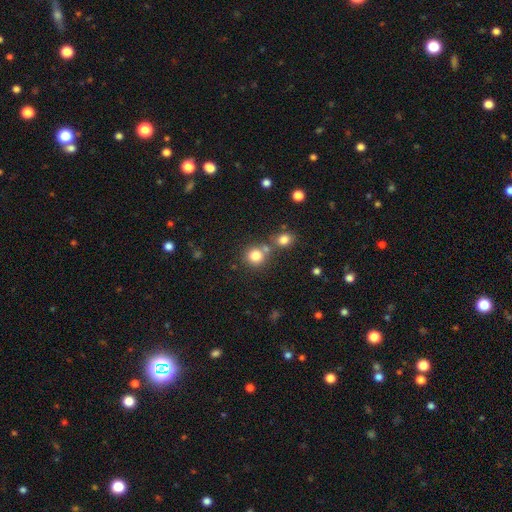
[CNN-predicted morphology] This appears to be a smooth galaxy with no disk features (81%) that is round (88%). Merging: none (61%).